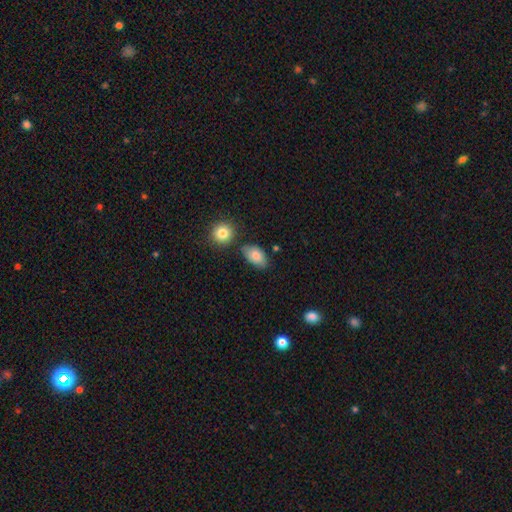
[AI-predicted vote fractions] Smooth or featured: smooth — 83% (featured or disk — 9%)
How rounded: in between — 91% (round — 7%)
Merging: none — 71% (minor disturbance — 17%)